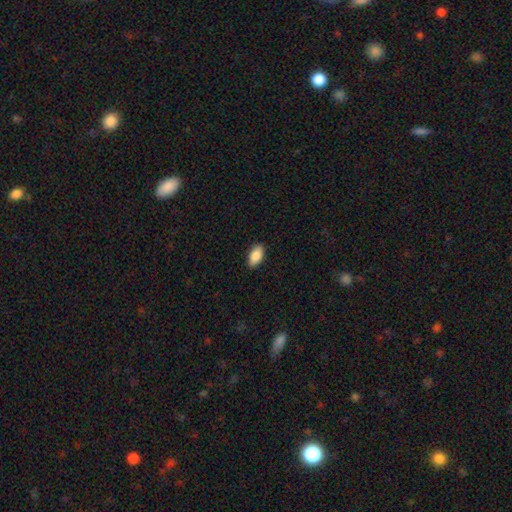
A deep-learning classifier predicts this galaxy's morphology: Q: Smooth or featured?
A: smooth (87%); runner-up: star or artifact (7%)
Q: How rounded?
A: in between (93%); runner-up: cigar-shaped (4%)
Q: Merging?
A: none (89%); runner-up: minor disturbance (8%)